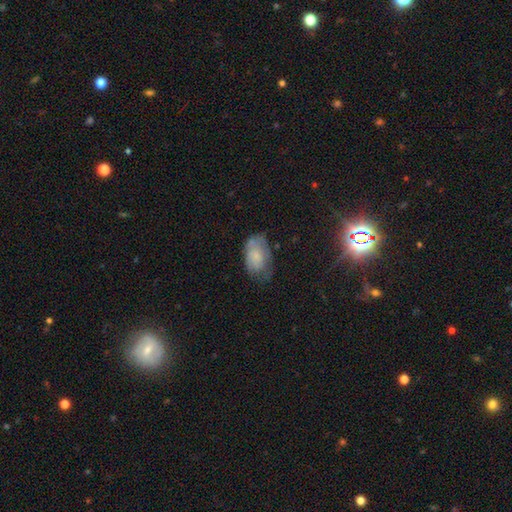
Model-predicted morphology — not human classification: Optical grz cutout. It shows a smooth galaxy with no disk features (64%) that is in between round and cigar-shaped (90%). Merging: none (48%).